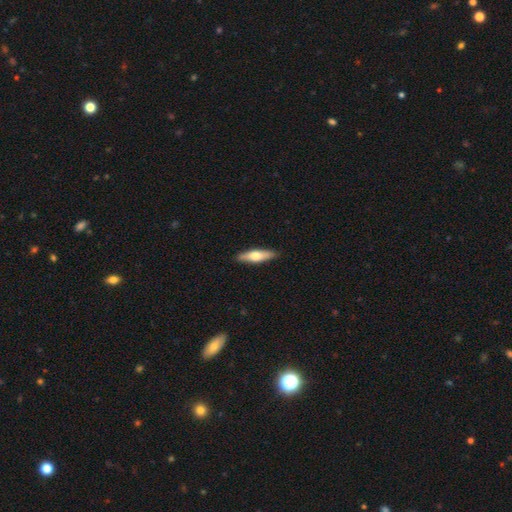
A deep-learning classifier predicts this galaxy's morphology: The model was most divided on "smooth or featured": smooth: 56%, featured or disk: 39%, star or artifact: 5%. More confident: merging — none (90%); how rounded — cigar-shaped (67%).